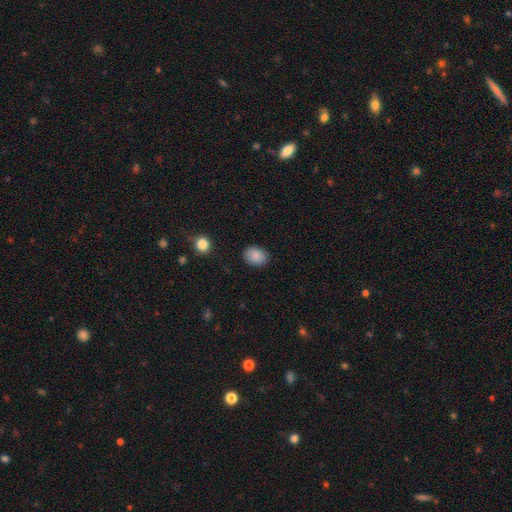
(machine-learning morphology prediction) This is clearly a smooth galaxy (88%). How rounded: likely in between (64%). Merging: clearly none (88%).